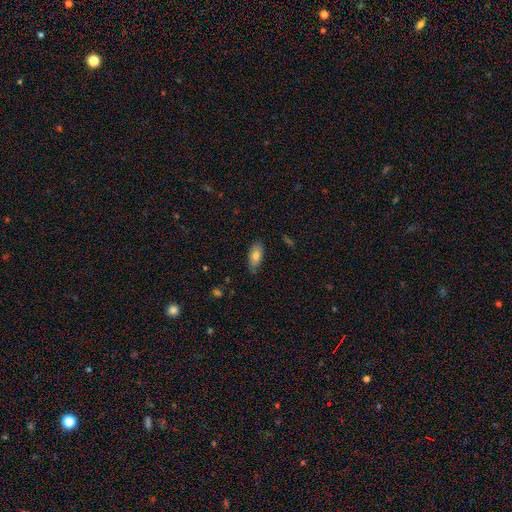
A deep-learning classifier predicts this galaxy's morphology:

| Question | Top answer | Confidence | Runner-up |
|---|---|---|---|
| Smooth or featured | smooth | 77% | featured or disk (16%) |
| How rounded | in between | 89% | cigar-shaped (8%) |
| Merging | none | 79% | minor disturbance (17%) |